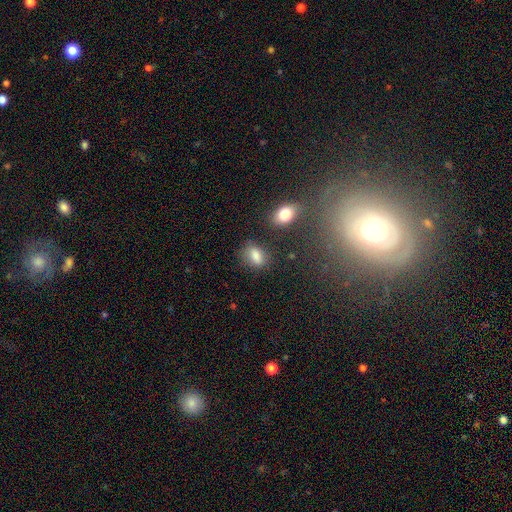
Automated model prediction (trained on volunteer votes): smooth 82%, star or artifact 10%, featured or disk 8%. Down the decision tree: how rounded — in between (80%); merging — none (67%).